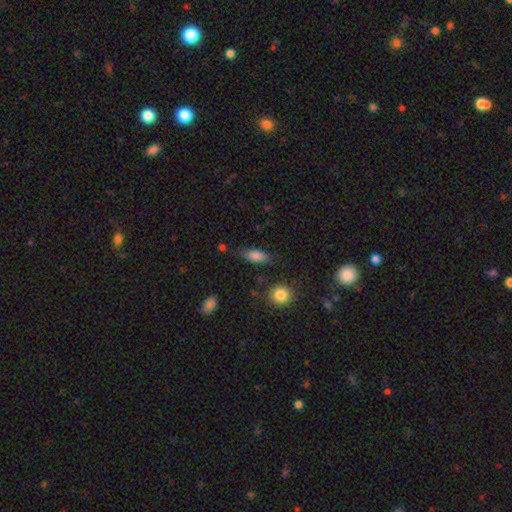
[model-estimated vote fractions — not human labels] Smooth or featured? smooth (81%)
How rounded? in between (81%)
Merging? none (67%)